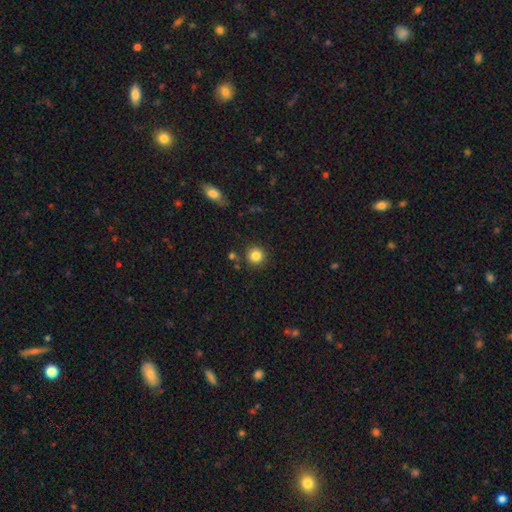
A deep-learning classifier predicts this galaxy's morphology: A smooth galaxy with no disk features (84%) that is round (94%). Merging: none (87%).